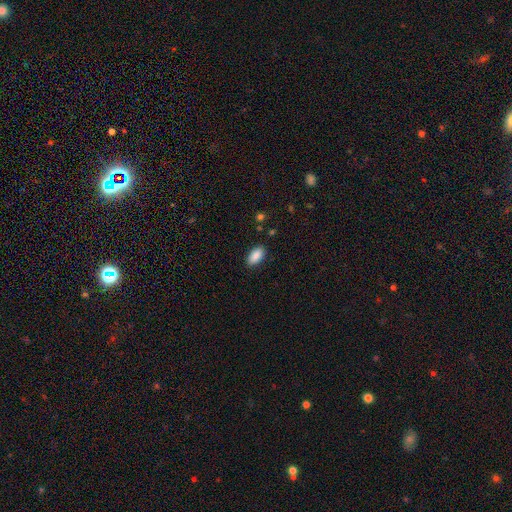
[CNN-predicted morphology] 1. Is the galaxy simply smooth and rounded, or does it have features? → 89% smooth, 7% star or artifact, 4% featured or disk.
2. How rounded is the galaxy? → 93% in between, 5% cigar-shaped, 3% round.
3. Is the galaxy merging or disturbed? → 88% none, 9% minor disturbance, 2% major disturbance, 1% merger.